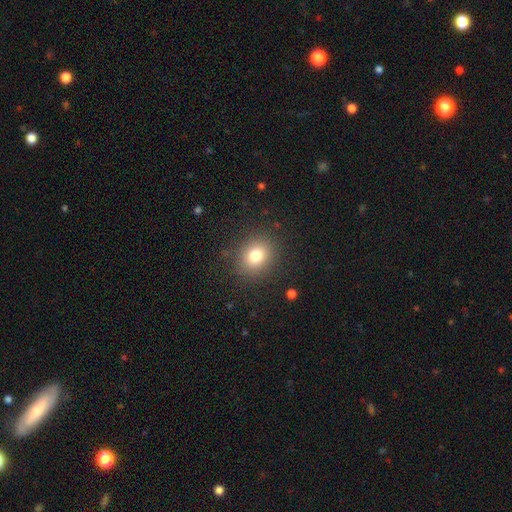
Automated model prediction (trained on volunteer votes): Smooth or featured? Predicted: smooth (p=0.78). How rounded? Predicted: round (p=0.62). Merging? Predicted: none (p=0.87).